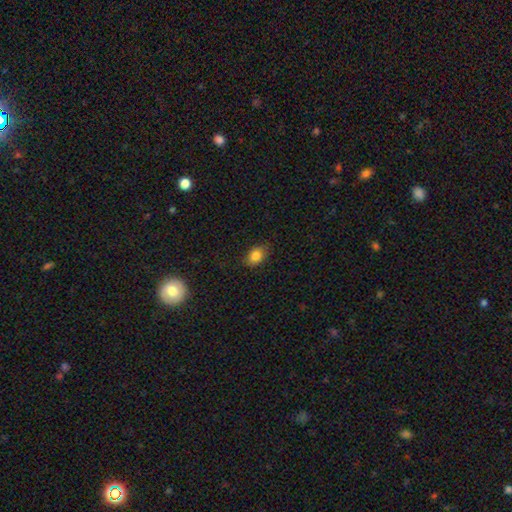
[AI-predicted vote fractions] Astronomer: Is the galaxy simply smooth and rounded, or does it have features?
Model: smooth — 83%.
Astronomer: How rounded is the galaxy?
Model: in between — 72%.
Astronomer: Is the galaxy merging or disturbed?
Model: none — 81%.